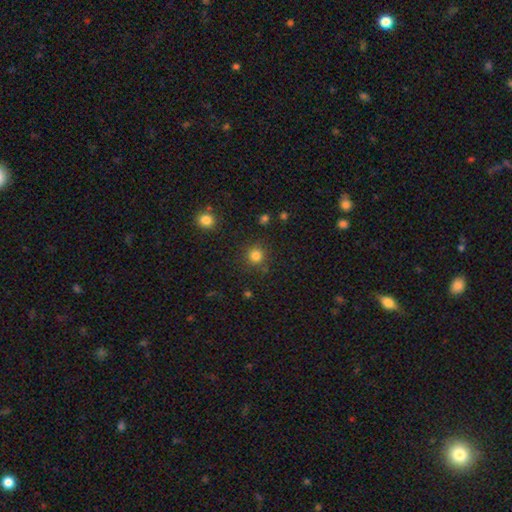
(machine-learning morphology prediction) Q: Smooth or featured?
A: smooth (83%); runner-up: star or artifact (13%)
Q: How rounded?
A: round (93%); runner-up: in between (6%)
Q: Merging?
A: none (85%); runner-up: minor disturbance (9%)